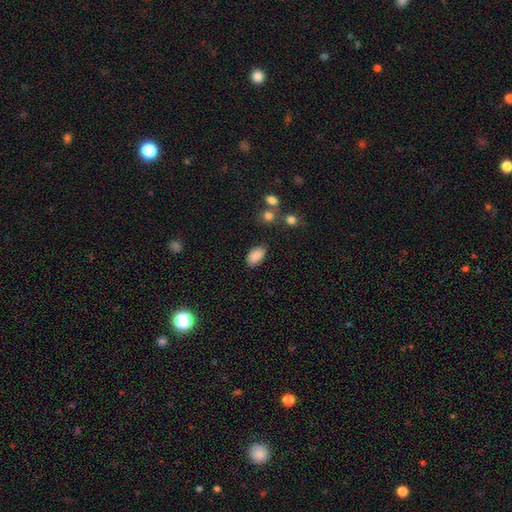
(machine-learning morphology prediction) smooth_or_featured: smooth (p=0.86) [alt: star or artifact p=0.08]
how_rounded: in between (p=0.93) [alt: round p=0.05]
merging: none (p=0.79) [alt: minor disturbance p=0.14]